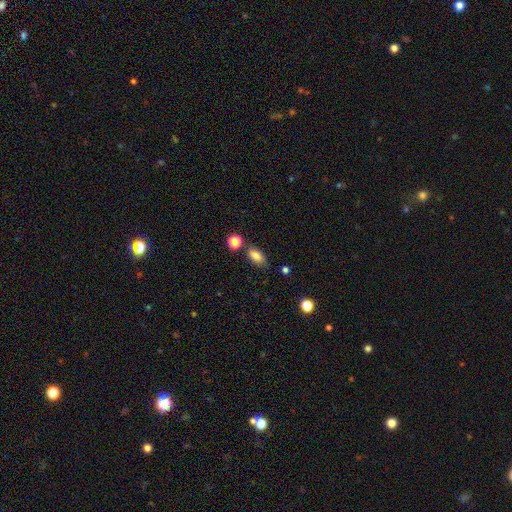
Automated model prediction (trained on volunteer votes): Smooth or featured?
  - smooth: 83% *
  - star or artifact: 10%
  - featured or disk: 7%
How rounded?
  - in between: 87% *
  - round: 8%
  - cigar-shaped: 5%
Merging?
  - none: 72% *
  - minor disturbance: 15%
  - merger: 9%
  - major disturbance: 4%